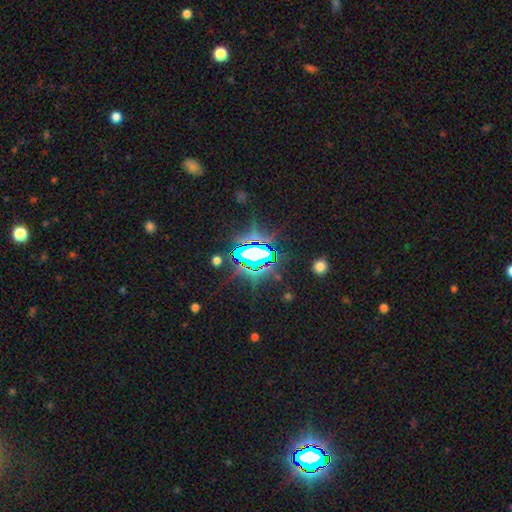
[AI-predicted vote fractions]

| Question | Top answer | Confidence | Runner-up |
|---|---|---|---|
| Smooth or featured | star or artifact | 76% | smooth (13%) |